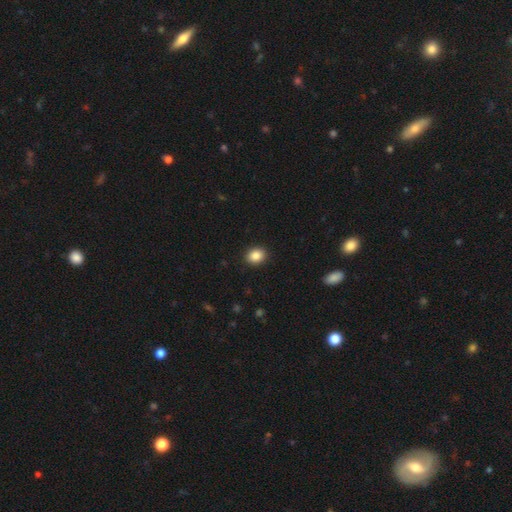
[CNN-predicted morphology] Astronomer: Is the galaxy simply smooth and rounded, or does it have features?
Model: smooth — 87%.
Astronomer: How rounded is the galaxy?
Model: round — 55% (runner-up: in between, 44%).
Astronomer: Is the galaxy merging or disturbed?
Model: none — 91%.